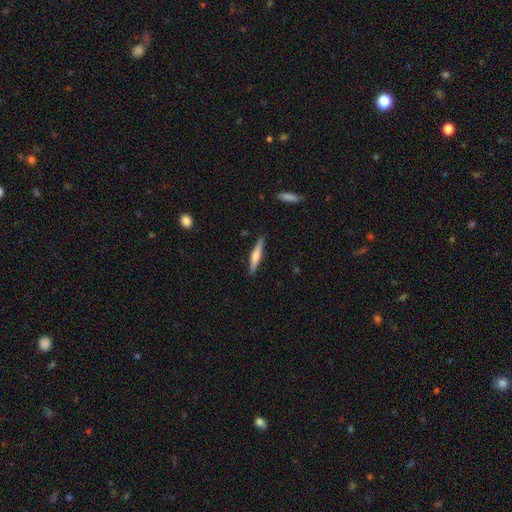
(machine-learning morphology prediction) Smooth or featured? Predicted: featured or disk (p=0.48). Merging? Predicted: none (p=0.89).